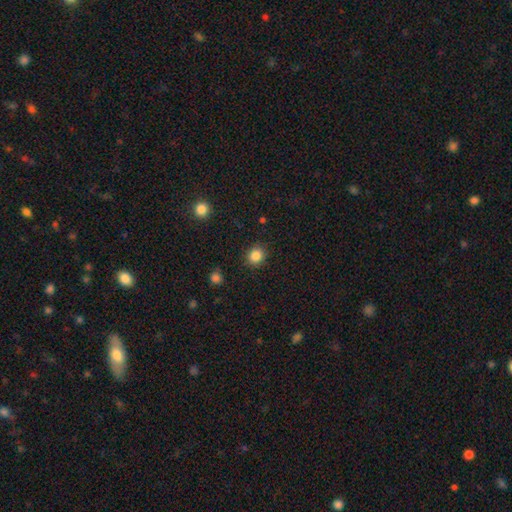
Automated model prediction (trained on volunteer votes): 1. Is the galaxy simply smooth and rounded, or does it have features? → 85% smooth, 11% star or artifact, 4% featured or disk.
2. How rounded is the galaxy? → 83% round, 16% in between, 1% cigar-shaped.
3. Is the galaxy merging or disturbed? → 88% none, 8% minor disturbance, 3% major disturbance, 1% merger.